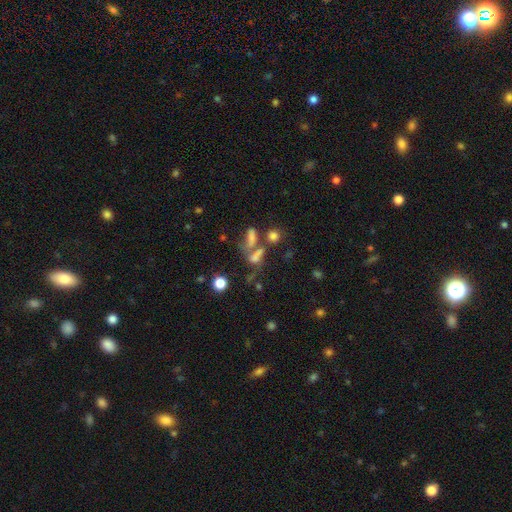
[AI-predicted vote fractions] Morphology: type=smooth (45%); merging=merger (38%).